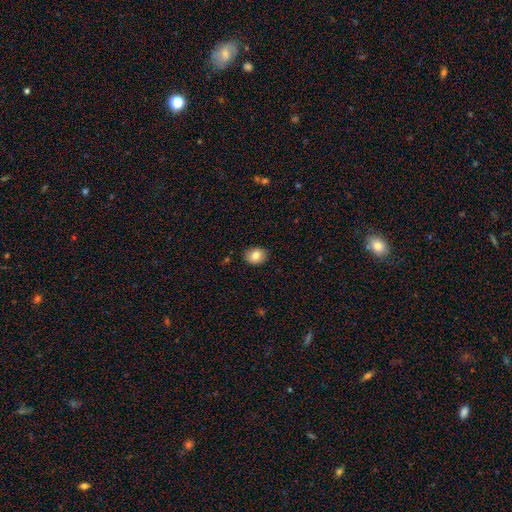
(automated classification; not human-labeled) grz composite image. It shows a smooth galaxy with no disk features (83%) that is round (54%). Merging: none (88%).